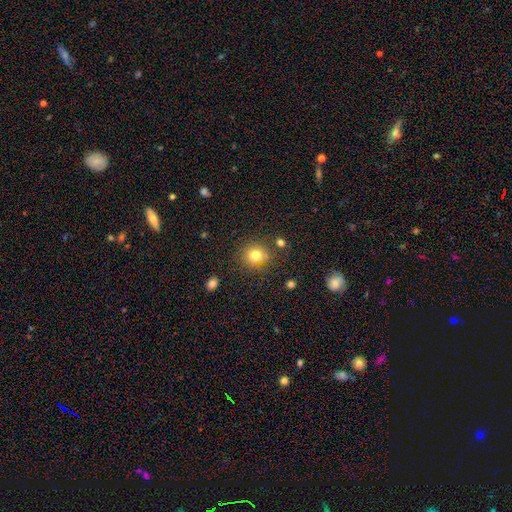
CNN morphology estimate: Overall: smooth (79%). How rounded: round (84%). Merging: none (80%).